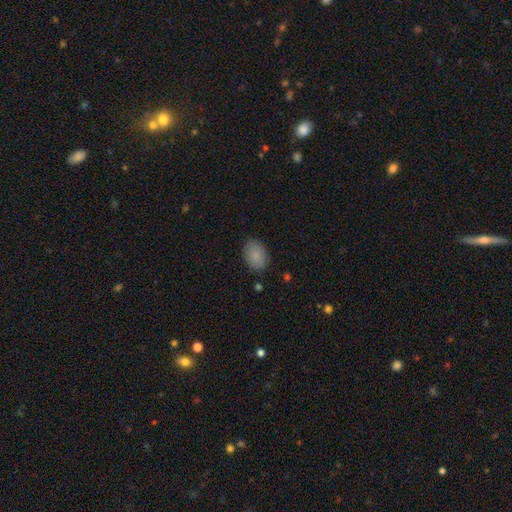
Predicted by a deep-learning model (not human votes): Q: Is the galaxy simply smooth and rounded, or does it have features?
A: smooth — 87%.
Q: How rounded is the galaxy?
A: in between — 80%.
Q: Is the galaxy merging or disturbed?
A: none — 85%.